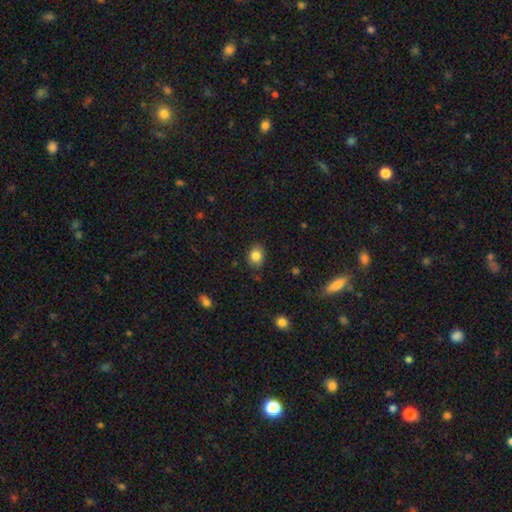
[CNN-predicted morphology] A smooth galaxy with no disk features (84%) that is round (51%).

Vote fractions:
- Smooth or featured? smooth: 84% / star or artifact: 10% / featured or disk: 7%
- How rounded? round: 51% / in between: 48% / cigar-shaped: 1%
- Merging? none: 83% / minor disturbance: 13% / major disturbance: 3% / merger: 1%